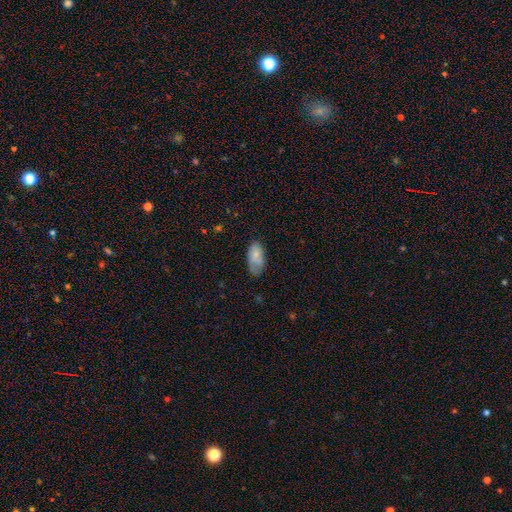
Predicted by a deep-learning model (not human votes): This is likely a smooth galaxy (75%). How rounded: clearly in between (92%). Merging: likely none (60%).